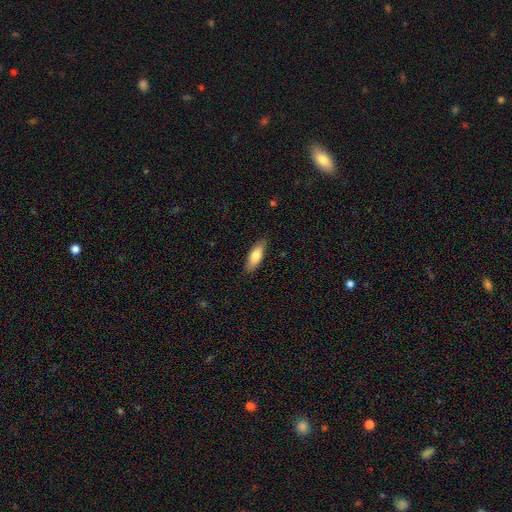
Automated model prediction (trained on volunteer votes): A smooth galaxy with no disk features (75%) that is in between round and cigar-shaped (61%). Merging: none (84%).